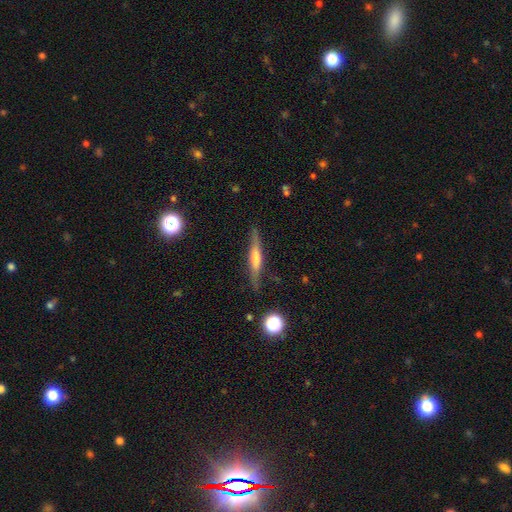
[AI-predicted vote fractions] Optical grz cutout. It shows a featured or disk galaxy (70%) viewed edge-on (96%) with a rounded central bulge (77%). Merging: none (88%).